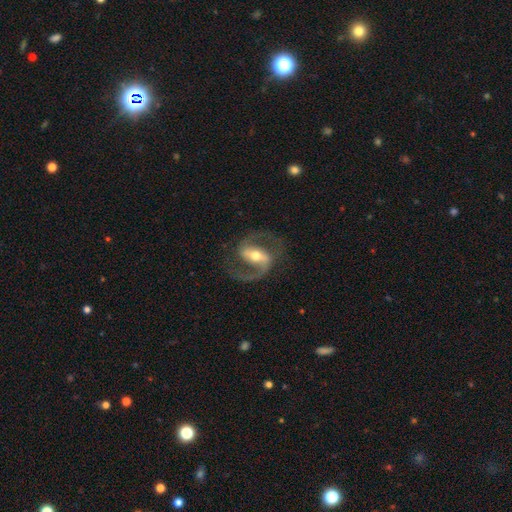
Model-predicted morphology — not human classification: Smooth or featured? featured or disk (91%)
Edge-on disk? no (97%)
Bar? strong (52%)
Spiral arms? yes (97%)
Spiral winding? medium (61%)
Spiral arm count? 2 (91%)
Bulge size? moderate (63%)
Merging? none (78%)